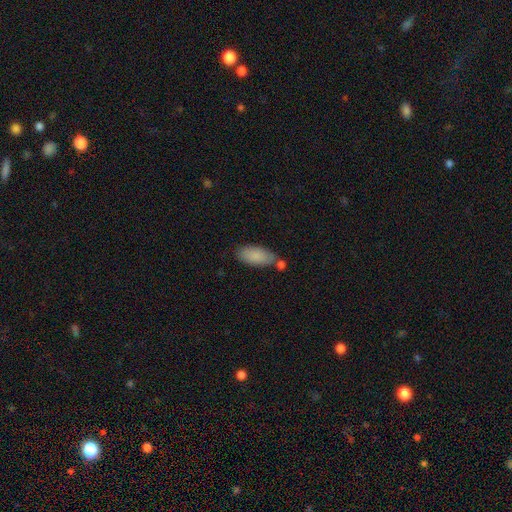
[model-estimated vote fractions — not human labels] smooth 86%, featured or disk 8%, star or artifact 6%. Down the decision tree: how rounded — in between (87%); merging — none (64%).